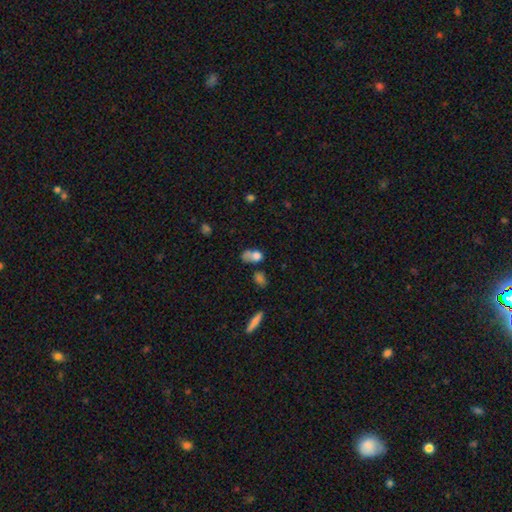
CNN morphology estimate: A smooth galaxy with no disk features (71%) that is in between round and cigar-shaped (70%). Merging: merger (33%).